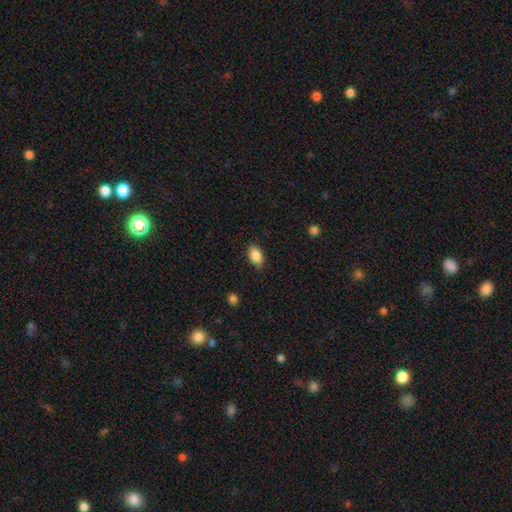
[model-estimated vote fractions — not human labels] Smooth or featured? smooth (85%)
How rounded? in between (90%)
Merging? none (84%)